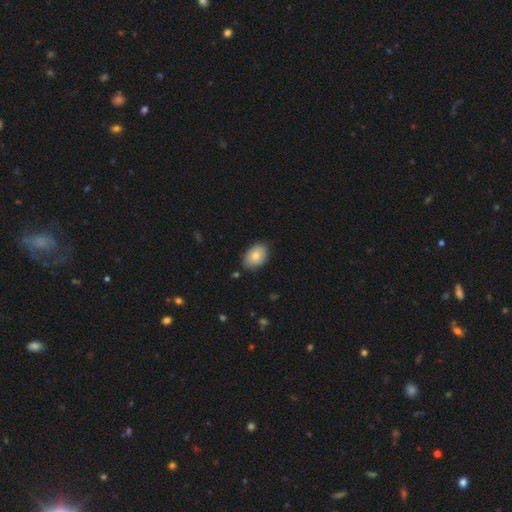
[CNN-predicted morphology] smooth 80%, featured or disk 12%, star or artifact 7%. Down the decision tree: how rounded — in between (83%); merging — none (81%).